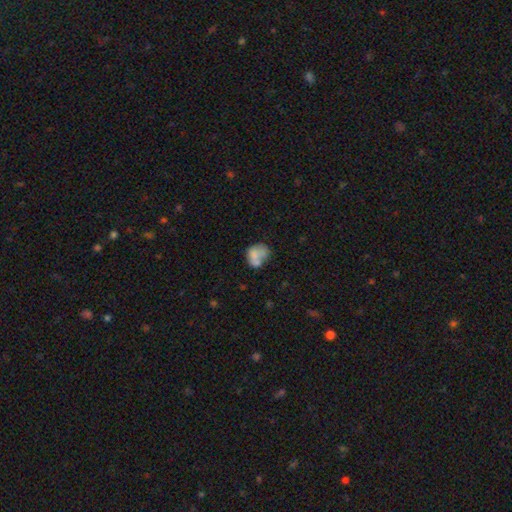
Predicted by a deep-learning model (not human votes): Morphology: type=smooth (66%); roundness=in between (52%); merging=merger (34%).